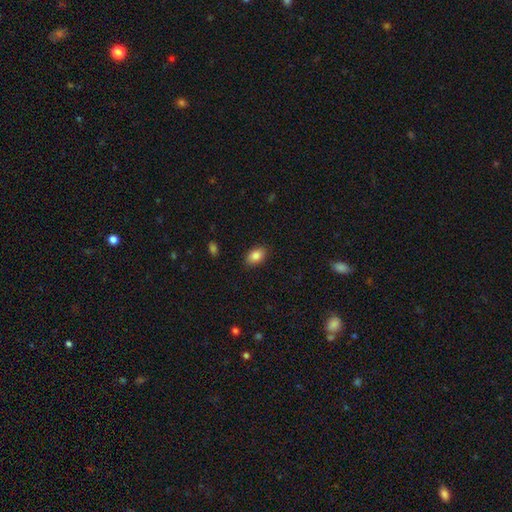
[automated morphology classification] The model was most divided on "how rounded": in between: 86%, round: 12%, cigar-shaped: 1%. More confident: merging — none (88%); smooth or featured — smooth (86%).